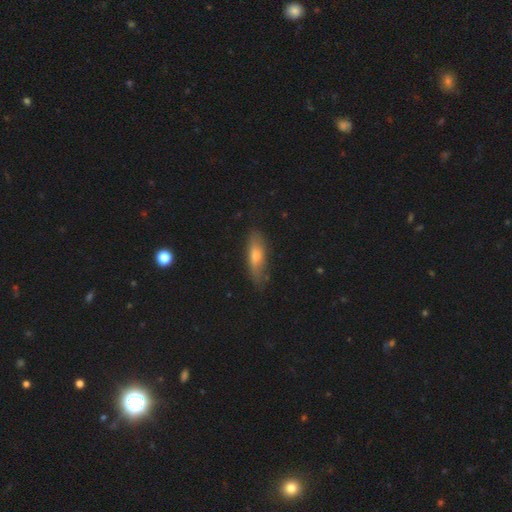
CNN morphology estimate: Smooth or featured?
  - smooth: 58% *
  - featured or disk: 33%
  - star or artifact: 8%
How rounded?
  - cigar-shaped: 49% *
  - in between: 47%
  - round: 3%
Merging?
  - none: 75% *
  - minor disturbance: 20%
  - major disturbance: 4%
  - merger: 2%